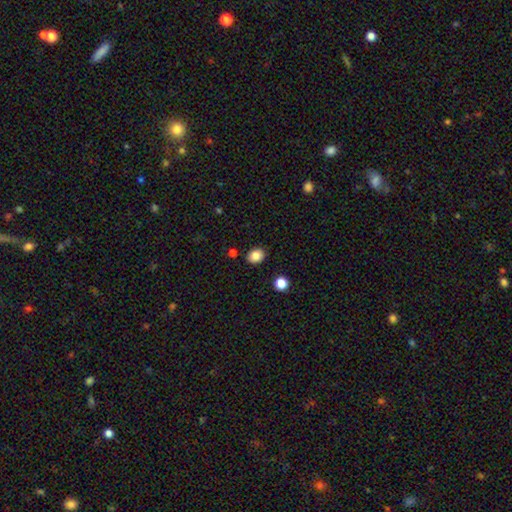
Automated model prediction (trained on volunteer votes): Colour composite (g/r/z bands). It shows a smooth galaxy with no disk features (85%) that is round (52%). Merging: none (88%).